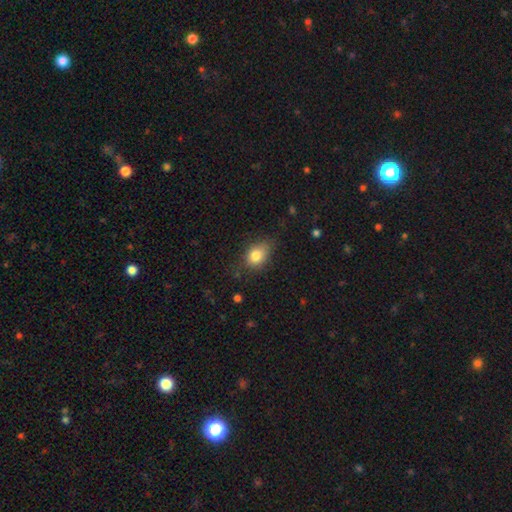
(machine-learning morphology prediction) Overall: smooth (80%). How rounded: in between (67%; round 31%). Merging: none (63%; minor disturbance 28%).